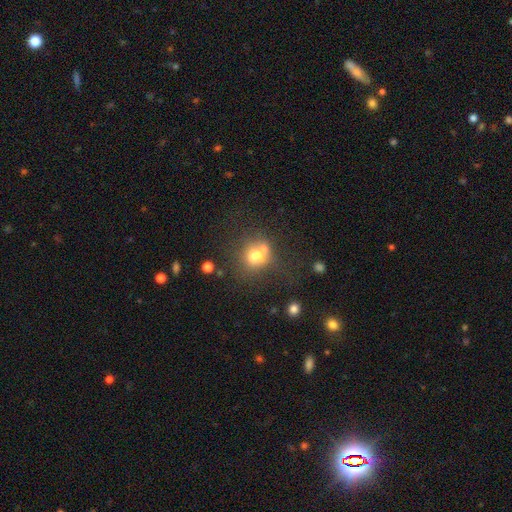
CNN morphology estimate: This appears to be a smooth galaxy with no disk features (62%) that is round (78%). Merging: merger (43%).